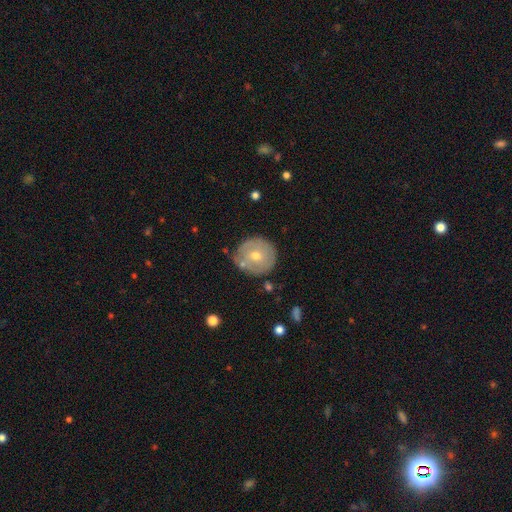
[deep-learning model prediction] This is possibly a smooth galaxy (51%). How rounded: clearly round (92%). Merging: likely none (76%).